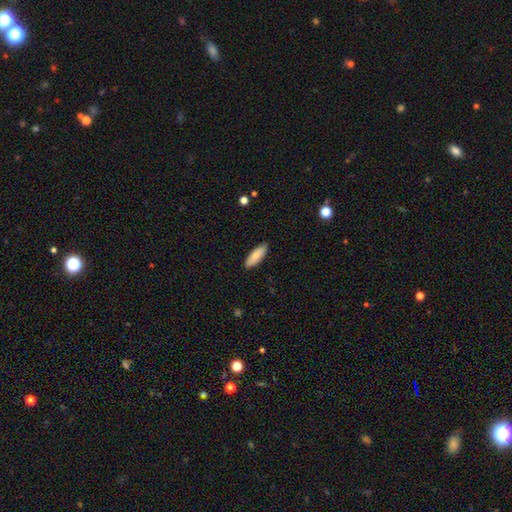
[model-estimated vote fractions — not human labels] Overall: smooth (82%). How rounded: in between (66%; cigar-shaped 32%). Merging: none (88%).